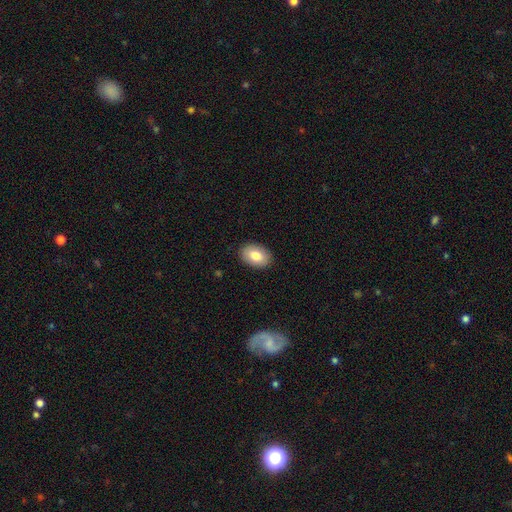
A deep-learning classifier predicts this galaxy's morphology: Smooth or featured? Predicted: smooth (p=0.82). How rounded? Predicted: in between (p=0.85). Merging? Predicted: none (p=0.89).